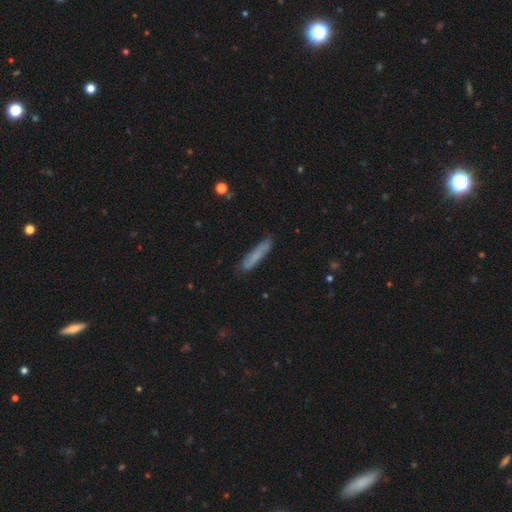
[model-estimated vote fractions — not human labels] This is likely a smooth galaxy (73%). How rounded: clearly cigar-shaped (91%). Merging: clearly none (81%).